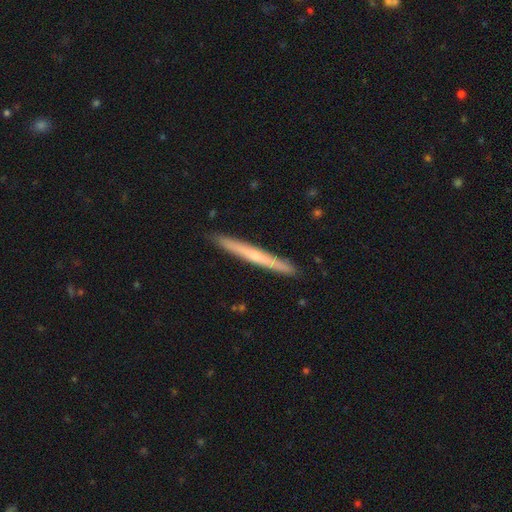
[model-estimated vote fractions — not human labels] smooth_or_featured: featured or disk (p=0.55) [alt: smooth p=0.40]
disk_edge_on: yes (p=0.97) [alt: no p=0.03]
edge_on_bulge: none (p=0.49) [alt: rounded p=0.48]
merging: none (p=0.92) [alt: minor disturbance p=0.06]